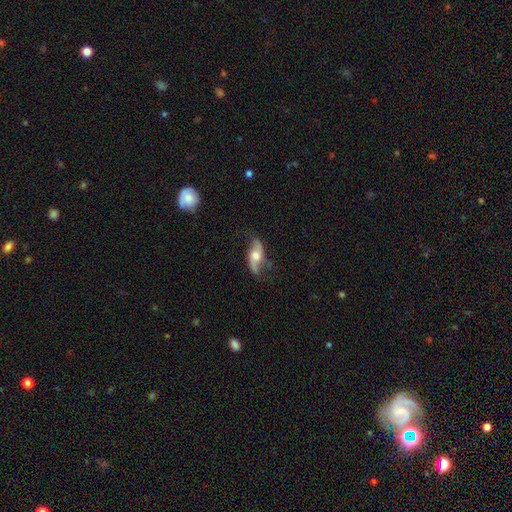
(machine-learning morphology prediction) Overall: featured or disk (72%). Edge-on disk: no (86%). Bar: no (62%; weak 27%). Spiral arms: yes (90%). Spiral arm count: 2 (91%). Spiral winding: loose (81%). Bulge size: moderate (64%). Merging: none (68%).